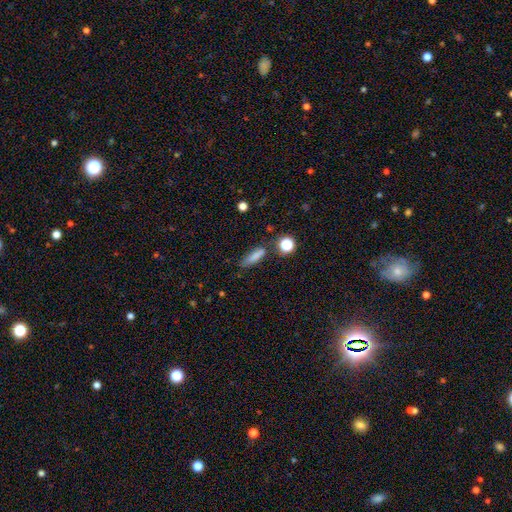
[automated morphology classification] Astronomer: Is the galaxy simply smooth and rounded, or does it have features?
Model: smooth — 79%.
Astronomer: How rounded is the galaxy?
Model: cigar-shaped — 57% (runner-up: in between, 38%).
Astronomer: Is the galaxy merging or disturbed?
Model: none — 67%.